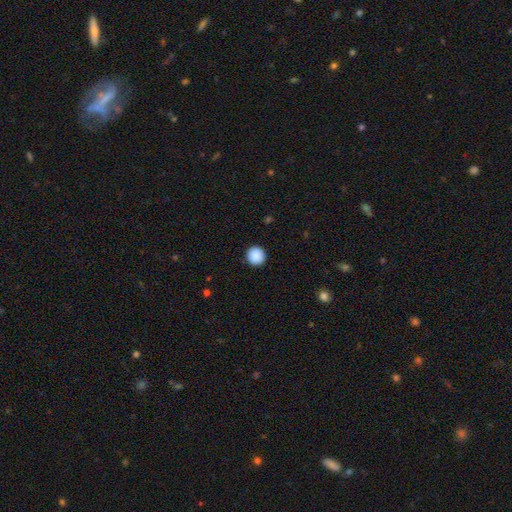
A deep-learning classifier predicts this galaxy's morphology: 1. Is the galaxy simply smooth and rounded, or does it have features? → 90% smooth, 8% star or artifact, 2% featured or disk.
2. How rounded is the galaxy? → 94% round, 5% in between, 1% cigar-shaped.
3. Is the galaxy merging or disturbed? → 93% none, 5% minor disturbance, 2% major disturbance, 1% merger.